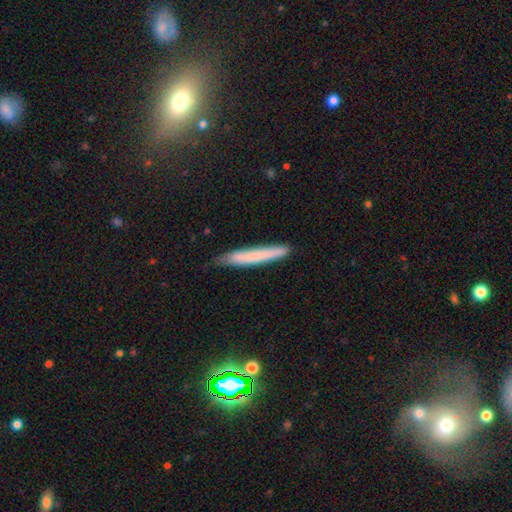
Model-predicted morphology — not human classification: Smooth or featured? Predicted: smooth (p=0.67). How rounded? Predicted: cigar-shaped (p=0.95). Merging? Predicted: none (p=0.81).